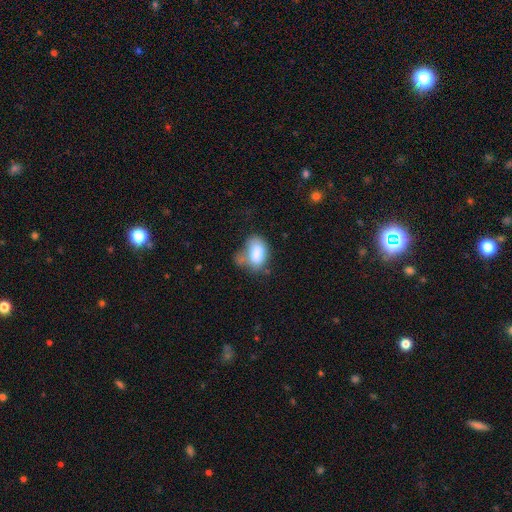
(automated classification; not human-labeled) smooth_or_featured: smooth (p=0.77) [alt: featured or disk p=0.14]
how_rounded: in between (p=0.87) [alt: round p=0.11]
merging: minor disturbance (p=0.30) [alt: none p=0.27]